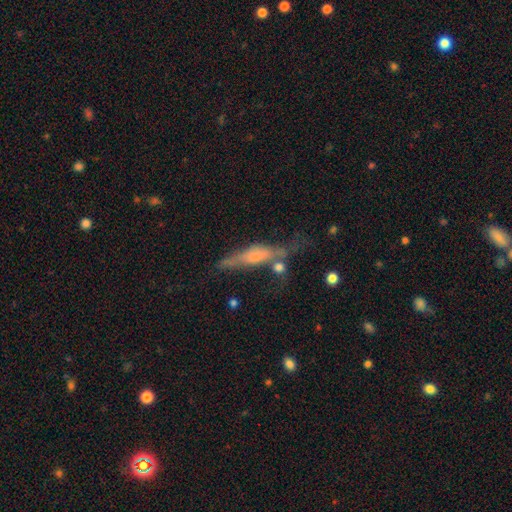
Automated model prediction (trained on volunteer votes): Smooth or featured? featured or disk (52%)
Edge-on disk? yes (76%)
Merging? none (41%)